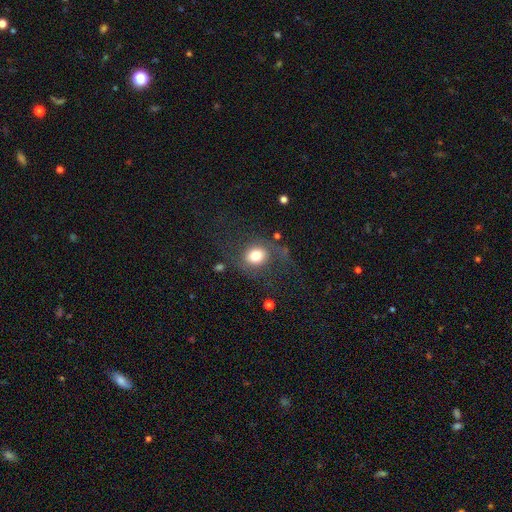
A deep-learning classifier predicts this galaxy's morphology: smooth_or_featured: smooth (p=0.64) [alt: featured or disk p=0.26]
how_rounded: round (p=0.64) [alt: in between p=0.35]
merging: none (p=0.58) [alt: major disturbance p=0.22]